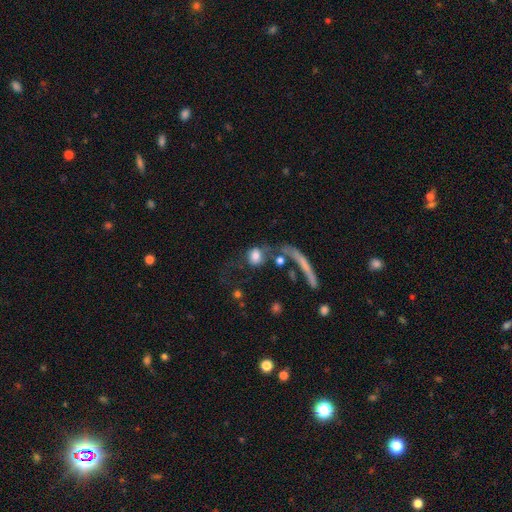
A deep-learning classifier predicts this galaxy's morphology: Smooth or featured? Predicted: smooth (p=0.66). How rounded? Predicted: round (p=0.56). Merging? Predicted: major disturbance (p=0.33).